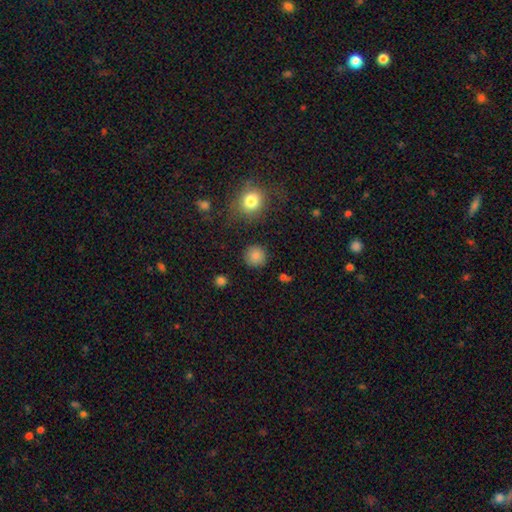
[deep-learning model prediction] Smooth or featured? smooth (85%)
How rounded? round (94%)
Merging? none (89%)